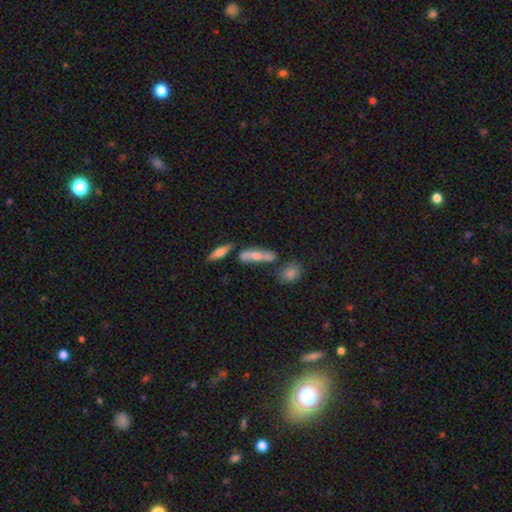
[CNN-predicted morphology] Smooth or featured?
  - smooth: 50% *
  - featured or disk: 41%
  - star or artifact: 8%
How rounded?
  - cigar-shaped: 57% *
  - in between: 39%
  - round: 4%
Merging?
  - none: 58% *
  - minor disturbance: 19%
  - merger: 17%
  - major disturbance: 7%